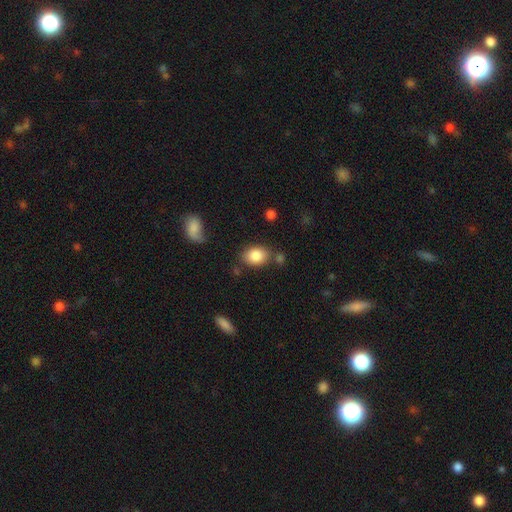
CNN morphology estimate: A smooth galaxy with no disk features (85%) that is in between round and cigar-shaped (72%).

Vote fractions:
- Smooth or featured? smooth: 85% / star or artifact: 8% / featured or disk: 7%
- How rounded? in between: 72% / round: 26% / cigar-shaped: 1%
- Merging? none: 73% / minor disturbance: 15% / merger: 8% / major disturbance: 4%